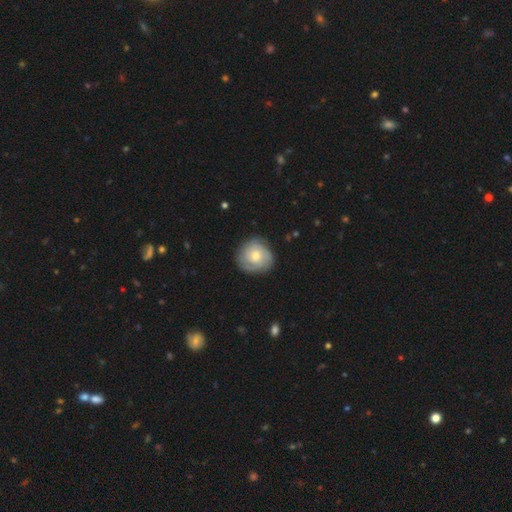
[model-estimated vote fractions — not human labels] Q: Smooth or featured?
A: featured or disk (55%); runner-up: smooth (39%)
Q: Edge-on disk?
A: no (97%); runner-up: yes (3%)
Q: Bar?
A: no (79%); runner-up: weak (19%)
Q: Spiral arms?
A: yes (81%); runner-up: no (19%)
Q: Bulge size?
A: moderate (59%); runner-up: small (33%)
Q: Merging?
A: none (79%); runner-up: minor disturbance (15%)